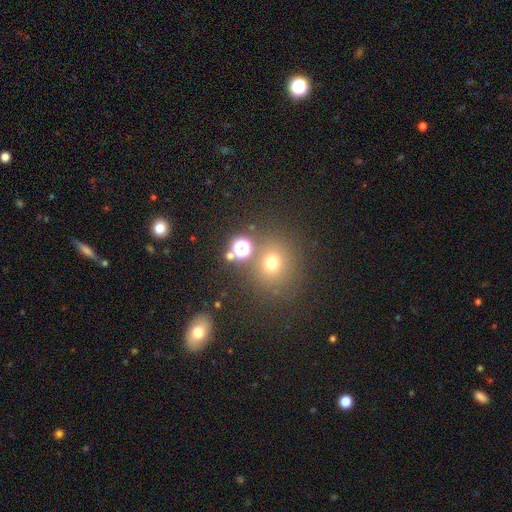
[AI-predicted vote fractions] Q: Smooth or featured?
A: smooth (53%); runner-up: star or artifact (35%)
Q: How rounded?
A: round (78%); runner-up: in between (20%)
Q: Merging?
A: none (67%); runner-up: merger (20%)